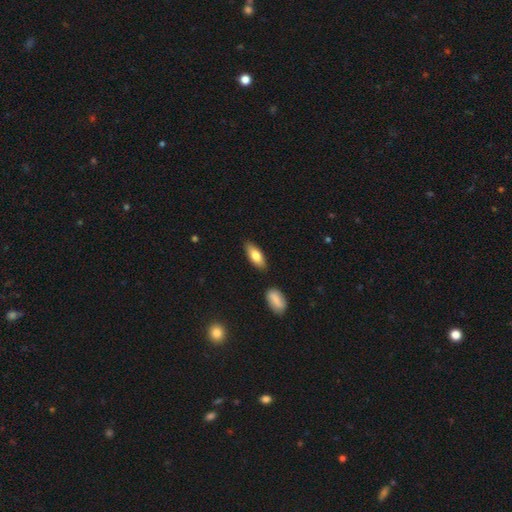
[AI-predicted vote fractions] smooth-or-featured: smooth: 77% | featured or disk: 16% | star or artifact: 6%
  how-rounded: in between: 74% | cigar-shaped: 24% | round: 2%
  merging: none: 82% | minor disturbance: 11% | merger: 4% | major disturbance: 2%